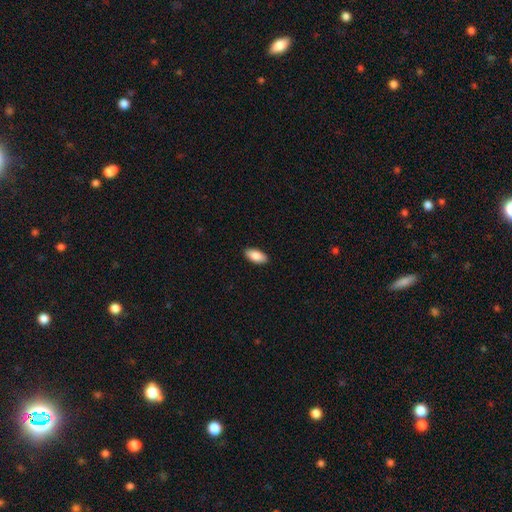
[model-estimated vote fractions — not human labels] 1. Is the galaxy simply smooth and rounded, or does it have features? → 87% smooth, 7% featured or disk, 6% star or artifact.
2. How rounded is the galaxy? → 92% in between, 6% cigar-shaped, 2% round.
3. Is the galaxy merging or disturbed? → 90% none, 7% minor disturbance, 2% major disturbance, 1% merger.